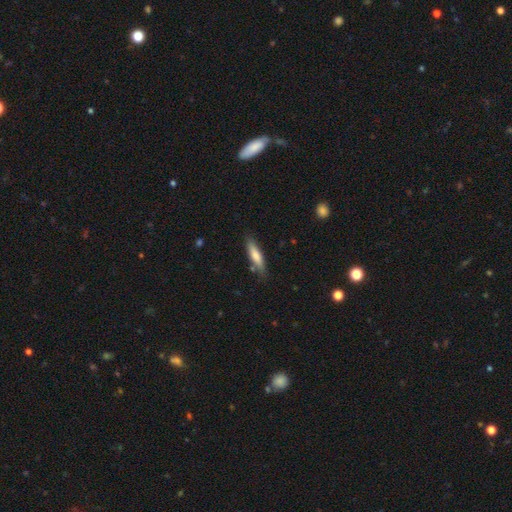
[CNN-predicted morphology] Smooth or featured?
  - smooth: 74% *
  - featured or disk: 20%
  - star or artifact: 6%
How rounded?
  - cigar-shaped: 71% *
  - in between: 28%
  - round: 2%
Merging?
  - none: 79% *
  - minor disturbance: 15%
  - merger: 3%
  - major disturbance: 3%